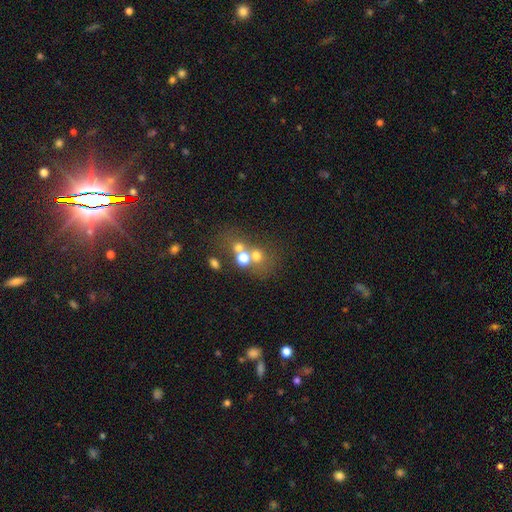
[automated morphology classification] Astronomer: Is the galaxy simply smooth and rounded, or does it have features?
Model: star or artifact — 51% (runner-up: smooth, 31%).